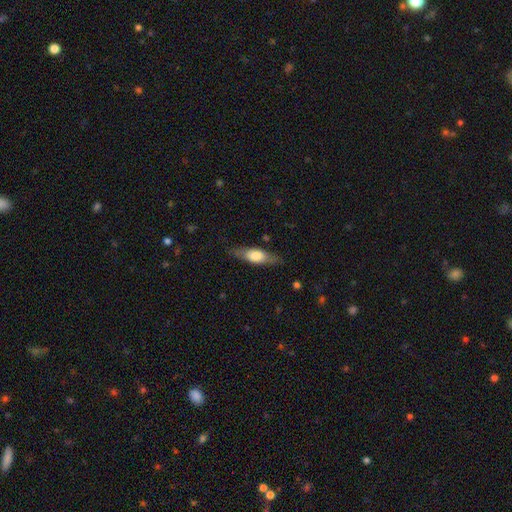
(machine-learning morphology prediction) Overall: smooth (56%; featured or disk 38%). How rounded: in between (51%; cigar-shaped 46%). Merging: none (80%).